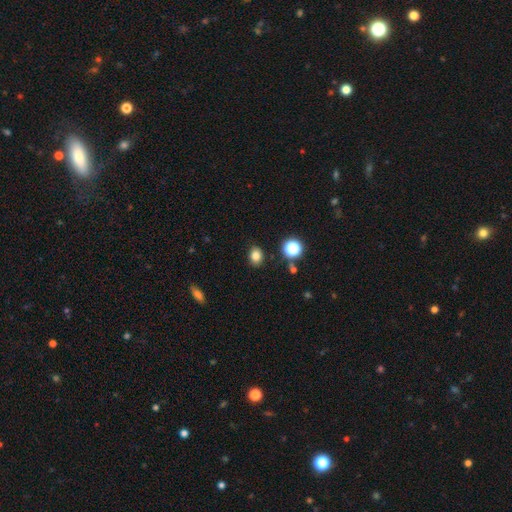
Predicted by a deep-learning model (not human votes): Smooth or featured? Predicted: smooth (p=0.82). How rounded? Predicted: in between (p=0.54). Merging? Predicted: none (p=0.86).